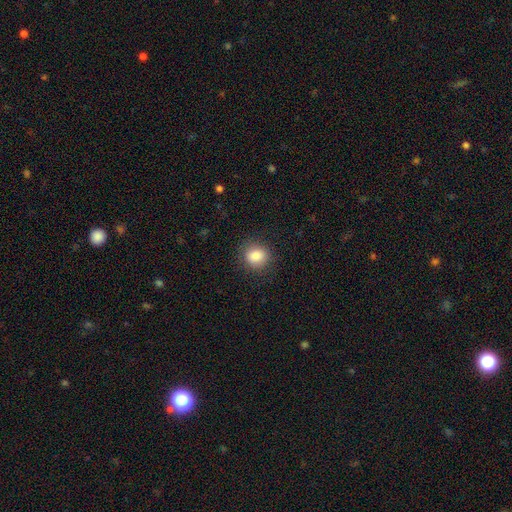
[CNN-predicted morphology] smooth_or_featured: smooth (p=0.85) [alt: star or artifact p=0.09]
how_rounded: round (p=0.75) [alt: in between p=0.24]
merging: none (p=0.86) [alt: minor disturbance p=0.10]